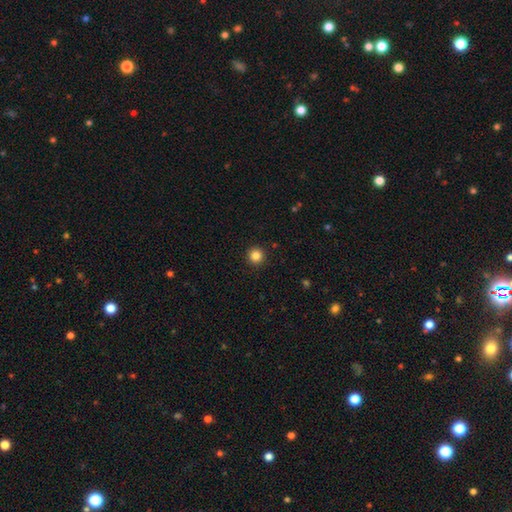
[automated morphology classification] smooth-or-featured: smooth: 85% | star or artifact: 11% | featured or disk: 4%
  how-rounded: round: 96% | in between: 3% | cigar-shaped: 1%
  merging: none: 93% | minor disturbance: 5% | major disturbance: 2% | merger: 1%